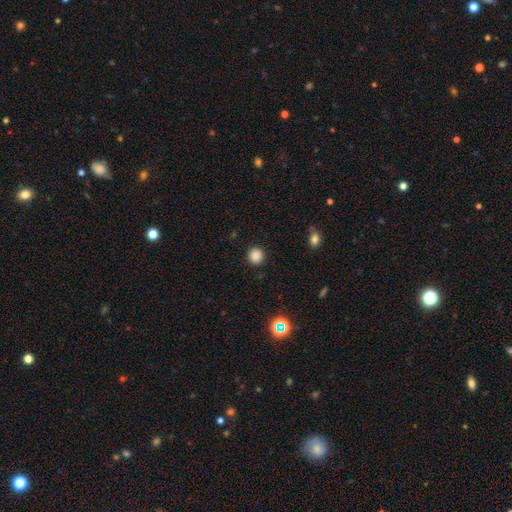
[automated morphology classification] This appears to be a smooth galaxy with no disk features (87%) that is round (91%). Merging: none (91%).